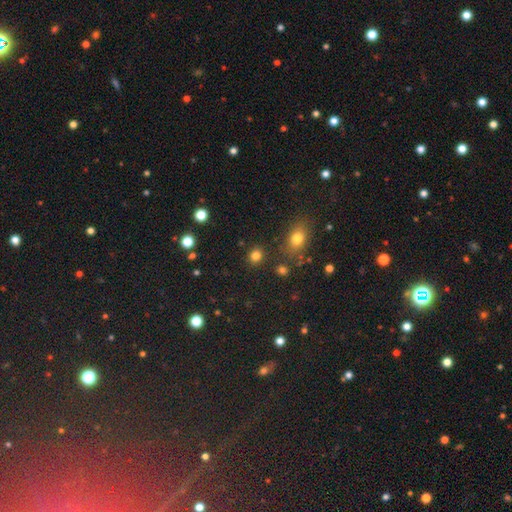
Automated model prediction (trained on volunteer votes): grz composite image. It shows a smooth galaxy with no disk features (81%) that is round (76%). Merging: none (85%).